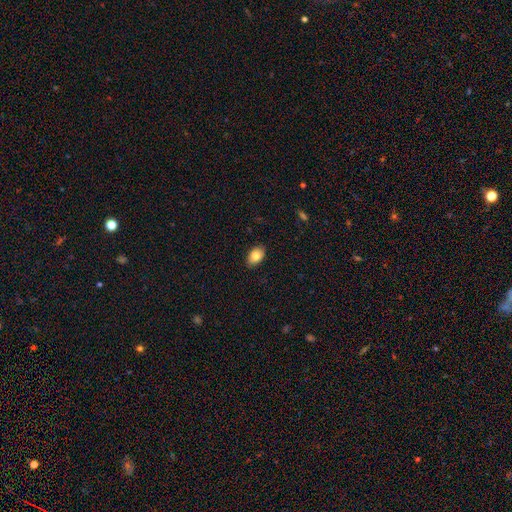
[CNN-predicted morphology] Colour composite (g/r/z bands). It shows a smooth galaxy with no disk features (83%) that is in between round and cigar-shaped (87%). Merging: none (87%).